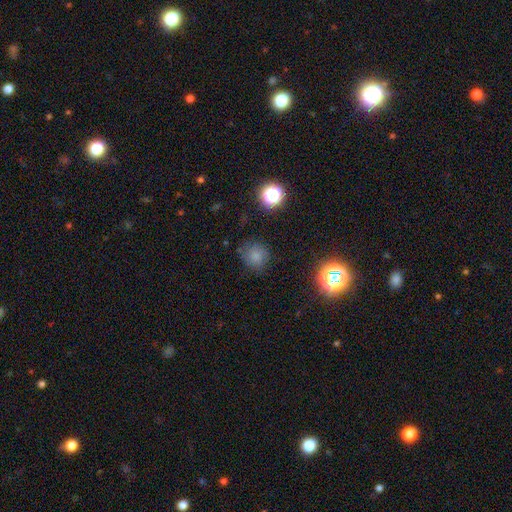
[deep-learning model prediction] A smooth galaxy with no disk features (74%) that is round (88%). Merging: none (78%).